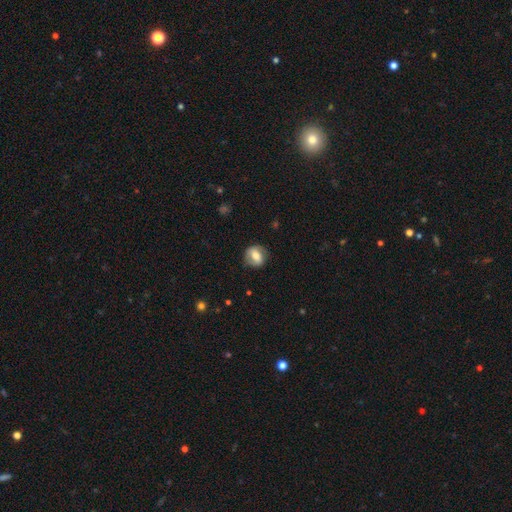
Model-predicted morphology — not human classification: Smooth or featured? Predicted: smooth (p=0.59). How rounded? Predicted: round (p=0.56). Merging? Predicted: none (p=0.77).